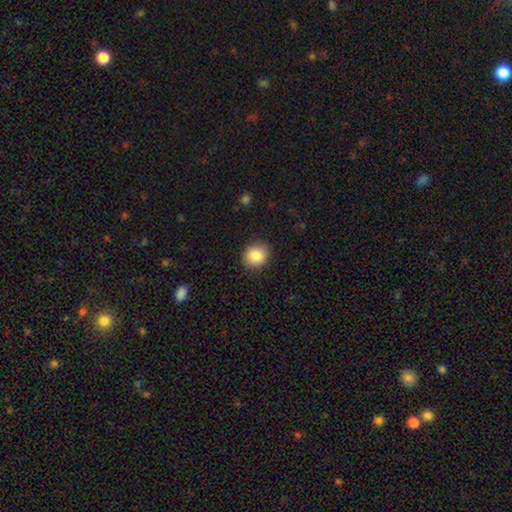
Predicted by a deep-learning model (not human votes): Smooth or featured: smooth — 86% (star or artifact — 8%)
How rounded: round — 77% (in between — 22%)
Merging: none — 89% (minor disturbance — 8%)